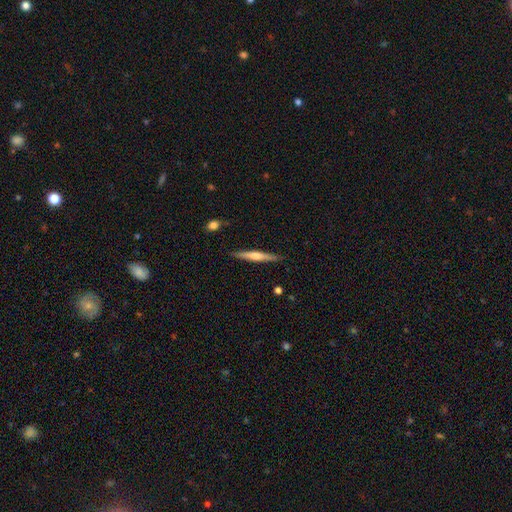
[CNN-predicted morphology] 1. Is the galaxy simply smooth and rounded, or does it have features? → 52% featured or disk, 43% smooth, 6% star or artifact.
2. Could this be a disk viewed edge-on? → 97% yes, 3% no.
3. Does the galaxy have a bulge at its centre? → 63% rounded, 20% none, 17% boxy.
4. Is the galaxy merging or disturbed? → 89% none, 8% minor disturbance, 2% major disturbance, 1% merger.